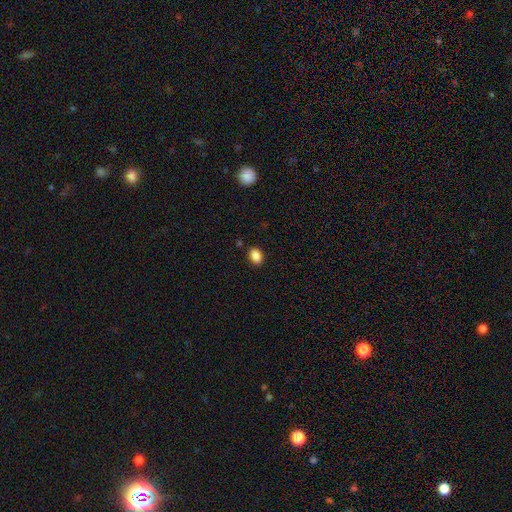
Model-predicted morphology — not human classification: The model was most divided on "how rounded": in between: 82%, round: 17%, cigar-shaped: 1%. More confident: smooth or featured — smooth (88%); merging — none (87%).